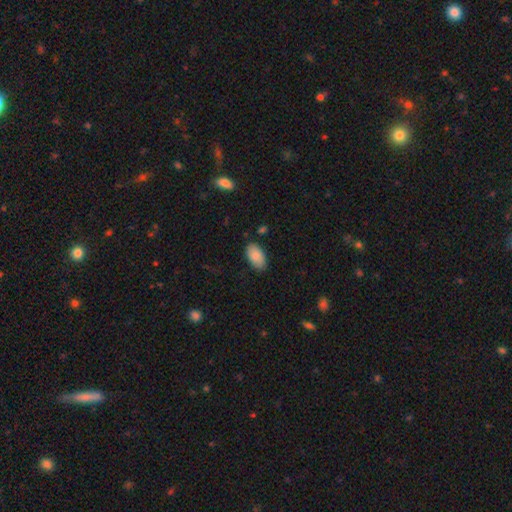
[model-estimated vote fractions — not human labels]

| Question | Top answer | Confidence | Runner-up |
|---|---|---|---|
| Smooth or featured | smooth | 85% | featured or disk (8%) |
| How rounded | in between | 95% | round (4%) |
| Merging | none | 83% | minor disturbance (13%) |